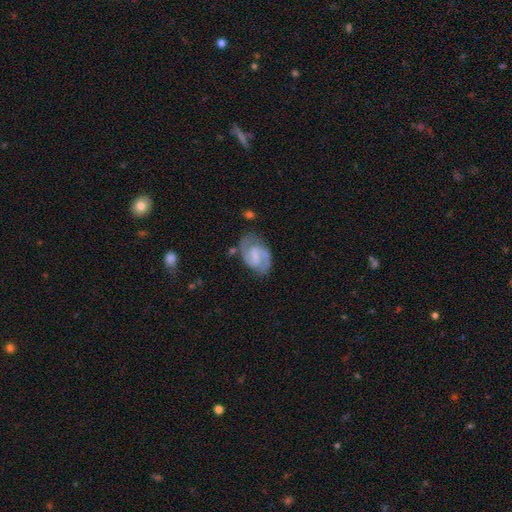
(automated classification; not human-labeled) Smooth or featured? Predicted: featured or disk (p=0.86). Edge-on disk? Predicted: no (p=0.98). Bar? Predicted: weak (p=0.53). Spiral arms? Predicted: yes (p=0.97). Spiral winding? Predicted: medium (p=0.56). Spiral arm count? Predicted: 2 (p=0.92). Bulge size? Predicted: none (p=0.46). Merging? Predicted: none (p=0.74).